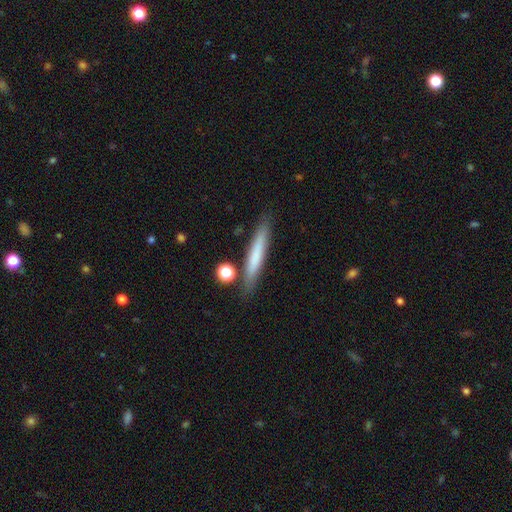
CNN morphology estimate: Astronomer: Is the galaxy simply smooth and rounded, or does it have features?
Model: smooth — 67%.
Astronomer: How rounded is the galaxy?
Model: cigar-shaped — 94%.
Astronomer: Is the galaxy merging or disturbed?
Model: none — 82%.